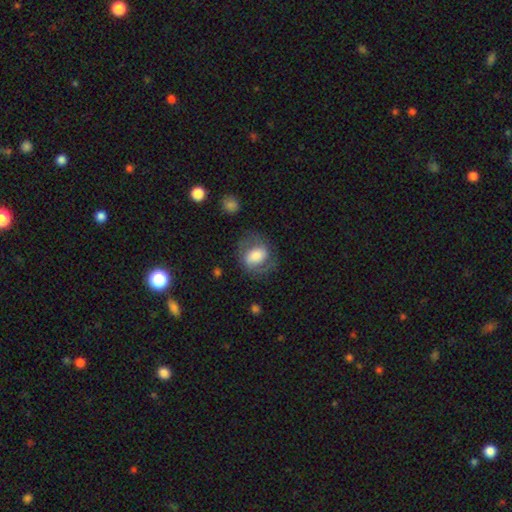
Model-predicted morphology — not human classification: Q: Smooth or featured?
A: featured or disk (53%); runner-up: smooth (39%)
Q: Edge-on disk?
A: no (97%); runner-up: yes (3%)
Q: Bar?
A: no (43%); runner-up: weak (37%)
Q: Spiral arms?
A: yes (81%); runner-up: no (19%)
Q: Bulge size?
A: large (40%); runner-up: moderate (34%)
Q: Merging?
A: none (66%); runner-up: minor disturbance (18%)